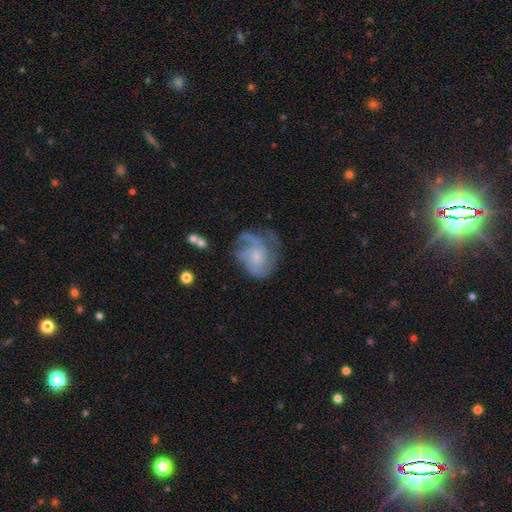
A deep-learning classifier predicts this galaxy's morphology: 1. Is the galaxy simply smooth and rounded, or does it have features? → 69% featured or disk, 23% smooth, 8% star or artifact.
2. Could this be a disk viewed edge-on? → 98% no, 2% yes.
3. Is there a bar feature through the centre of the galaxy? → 71% no, 26% weak, 3% strong.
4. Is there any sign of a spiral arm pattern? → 85% yes, 15% no.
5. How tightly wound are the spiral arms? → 41% medium, 35% tight, 23% loose.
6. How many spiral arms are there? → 34% can't tell, 26% 3, 18% 2, 9% 1, 8% 4, 5% more than 4.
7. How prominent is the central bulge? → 46% small, 28% moderate, 19% none, 5% large, 1% dominant.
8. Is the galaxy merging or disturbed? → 45% none, 28% major disturbance, 24% minor disturbance, 3% merger.